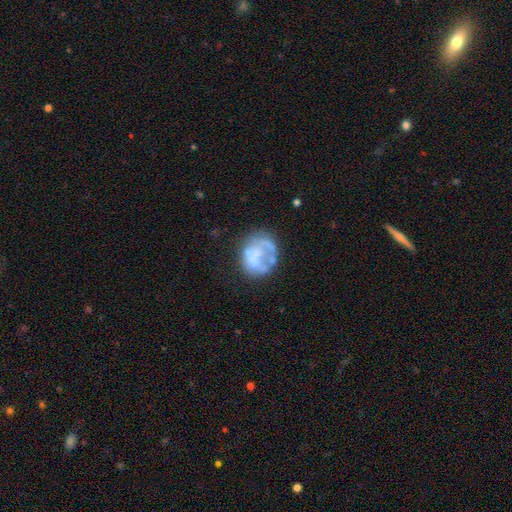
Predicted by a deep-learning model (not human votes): Overall: featured or disk (55%; smooth 36%). Edge-on disk: no (98%). Bar: no (86%). Spiral arms: no (82%). Bulge size: none (66%). Merging: none (49%; major disturbance 22%).